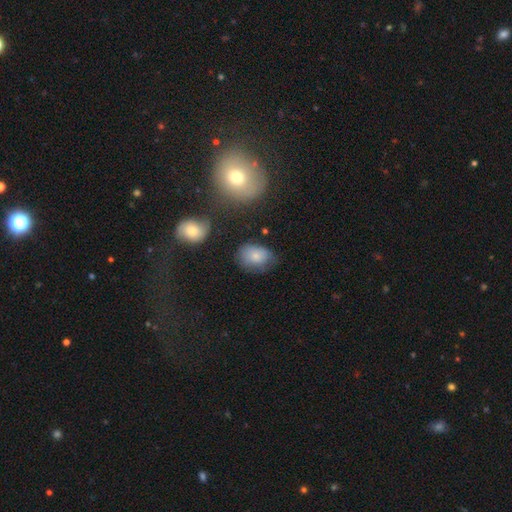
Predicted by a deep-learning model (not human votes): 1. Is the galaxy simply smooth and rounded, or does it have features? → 79% smooth, 12% featured or disk, 10% star or artifact.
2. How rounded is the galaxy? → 72% in between, 27% round, 1% cigar-shaped.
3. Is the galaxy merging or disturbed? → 56% none, 29% minor disturbance, 10% major disturbance, 4% merger.